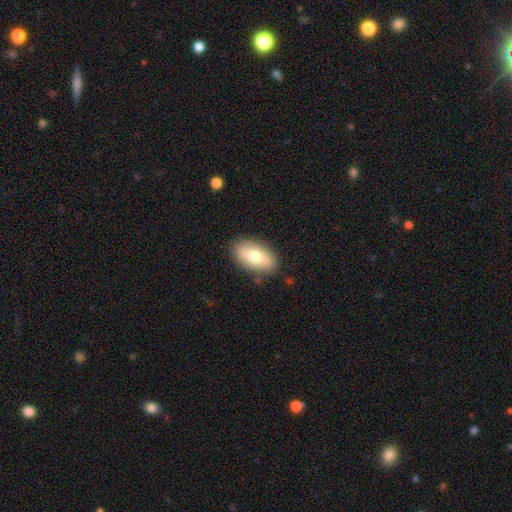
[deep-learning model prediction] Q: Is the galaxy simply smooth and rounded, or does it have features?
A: smooth — 69%.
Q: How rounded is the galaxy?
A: in between — 93%.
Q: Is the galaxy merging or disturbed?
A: none — 85%.